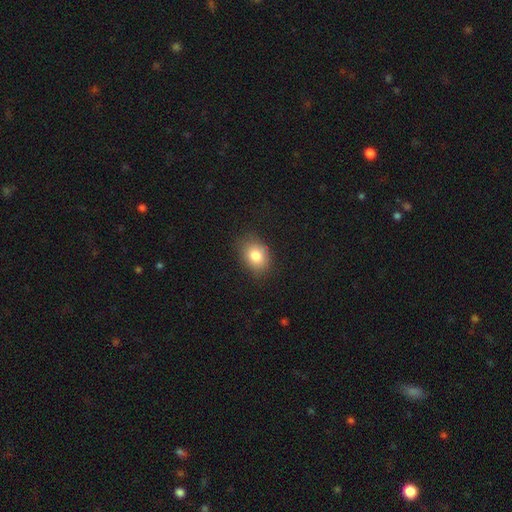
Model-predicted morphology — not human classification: smooth_or_featured: smooth (p=0.82) [alt: star or artifact p=0.09]
how_rounded: in between (p=0.66) [alt: round p=0.33]
merging: none (p=0.80) [alt: minor disturbance p=0.15]